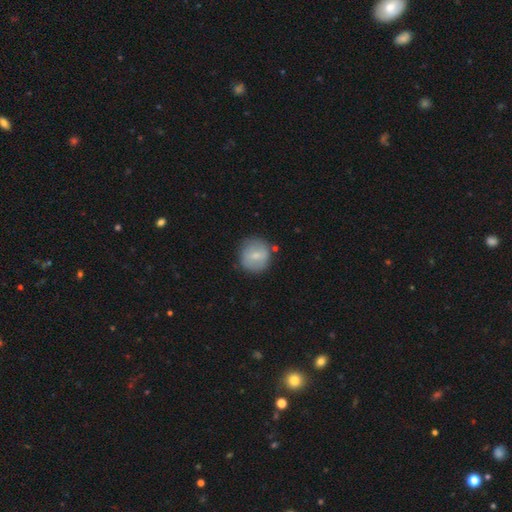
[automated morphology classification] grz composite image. It shows a smooth galaxy with no disk features (66%) that is round (88%). Merging: none (77%).